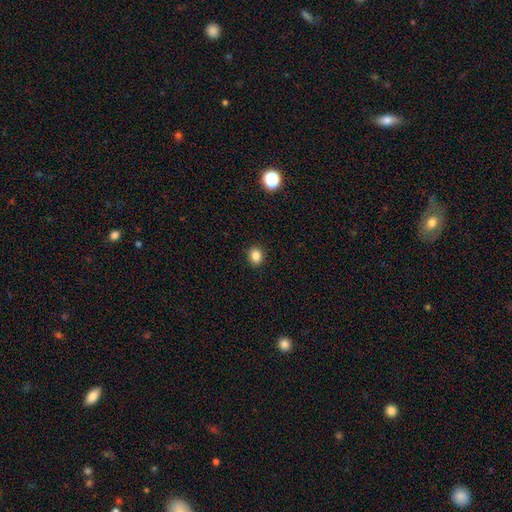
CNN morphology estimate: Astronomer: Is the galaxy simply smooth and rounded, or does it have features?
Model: smooth — 85%.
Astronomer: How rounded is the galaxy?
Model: round — 58% (runner-up: in between, 41%).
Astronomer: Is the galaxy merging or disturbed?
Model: none — 91%.